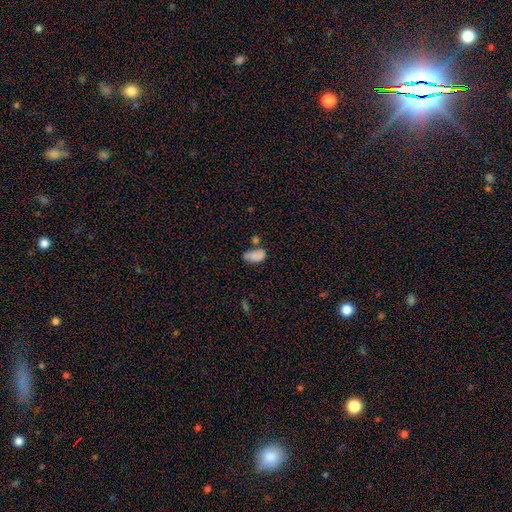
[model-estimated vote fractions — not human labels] Smooth or featured?
  - smooth: 76% *
  - featured or disk: 14%
  - star or artifact: 10%
How rounded?
  - in between: 91% *
  - round: 6%
  - cigar-shaped: 3%
Merging?
  - none: 35% *
  - merger: 27%
  - minor disturbance: 25%
  - major disturbance: 13%